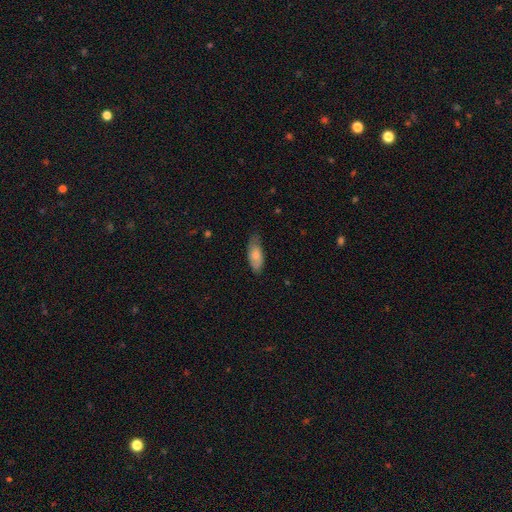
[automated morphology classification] A smooth galaxy with no disk features (76%) that is in between round and cigar-shaped (82%).

Vote fractions:
- Smooth or featured? smooth: 76% / featured or disk: 18% / star or artifact: 6%
- How rounded? in between: 82% / cigar-shaped: 16% / round: 2%
- Merging? none: 64% / minor disturbance: 29% / major disturbance: 6% / merger: 1%